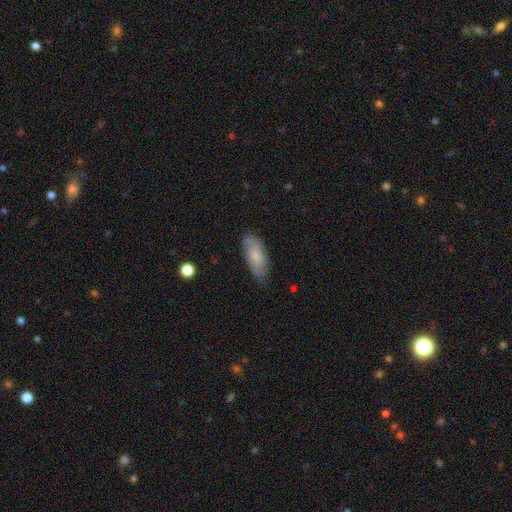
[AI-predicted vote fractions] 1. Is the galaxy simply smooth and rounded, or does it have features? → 57% smooth, 37% featured or disk, 7% star or artifact.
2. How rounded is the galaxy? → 80% in between, 18% cigar-shaped, 3% round.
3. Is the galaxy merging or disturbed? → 71% none, 23% minor disturbance, 5% major disturbance, 1% merger.